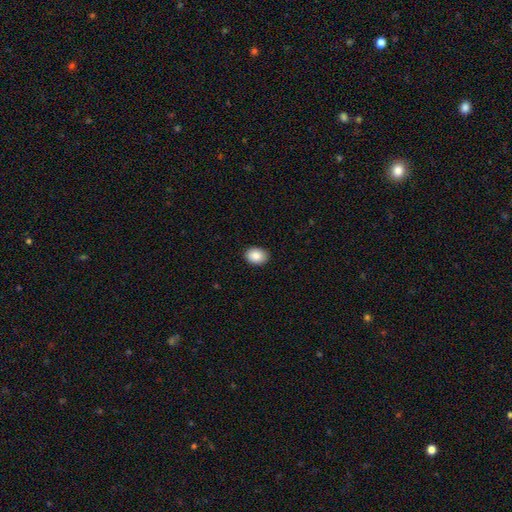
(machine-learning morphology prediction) Q: Smooth or featured?
A: smooth (88%); runner-up: star or artifact (8%)
Q: How rounded?
A: in between (66%); runner-up: round (33%)
Q: Merging?
A: none (89%); runner-up: minor disturbance (8%)